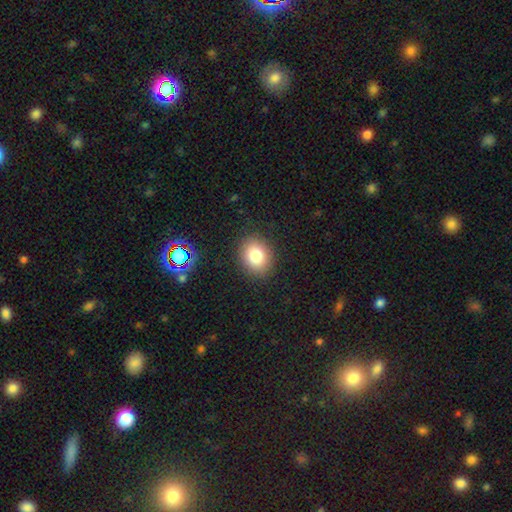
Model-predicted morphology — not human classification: Smooth or featured?
  - smooth: 80% *
  - star or artifact: 12%
  - featured or disk: 9%
How rounded?
  - round: 53% *
  - in between: 46%
  - cigar-shaped: 1%
Merging?
  - none: 88% *
  - minor disturbance: 8%
  - major disturbance: 3%
  - merger: 1%